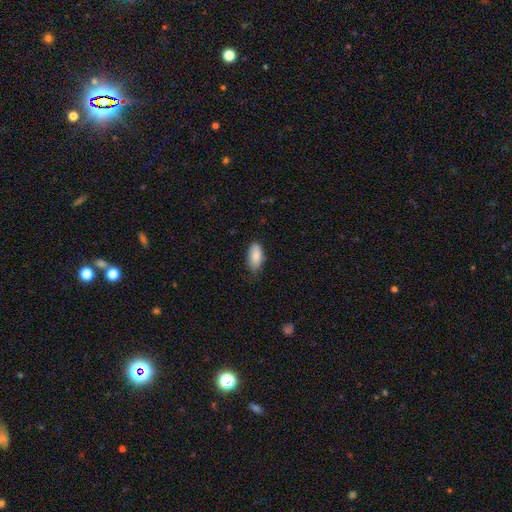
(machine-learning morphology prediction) type=smooth (87%); roundness=in between (91%); merging=none (72%).